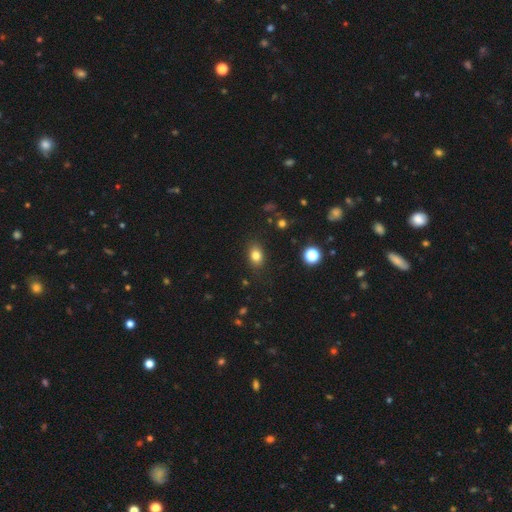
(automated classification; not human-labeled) Smooth or featured: smooth — 81% (star or artifact — 12%)
How rounded: in between — 72% (round — 26%)
Merging: none — 84% (minor disturbance — 11%)